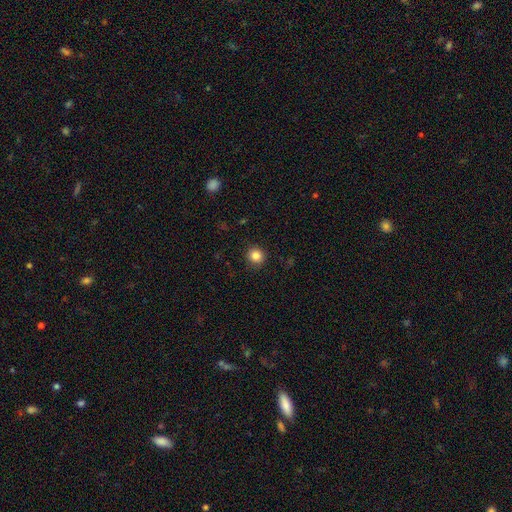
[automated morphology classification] This appears to be a smooth galaxy with no disk features (85%) that is round (92%). Merging: none (91%).